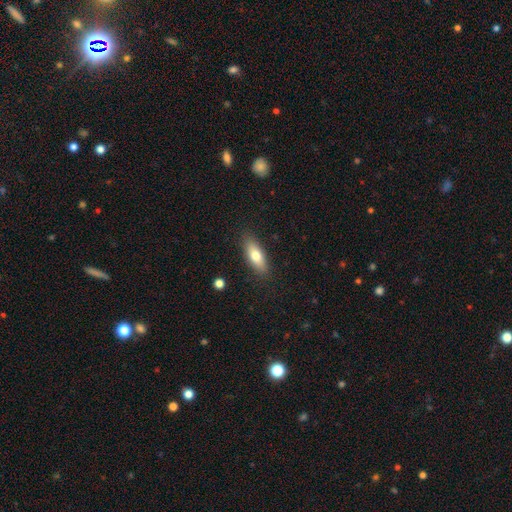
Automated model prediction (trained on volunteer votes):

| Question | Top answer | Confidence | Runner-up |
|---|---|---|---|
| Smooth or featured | smooth | 72% | featured or disk (21%) |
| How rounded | in between | 67% | cigar-shaped (30%) |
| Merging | none | 86% | minor disturbance (10%) |